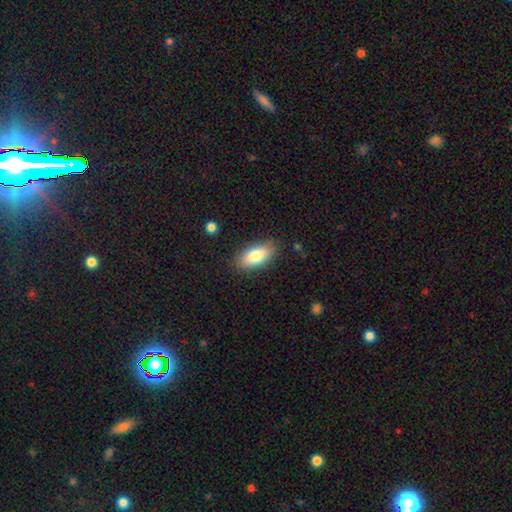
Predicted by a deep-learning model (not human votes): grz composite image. It shows a smooth galaxy with no disk features (81%) that is in between round and cigar-shaped (86%). Merging: none (85%).